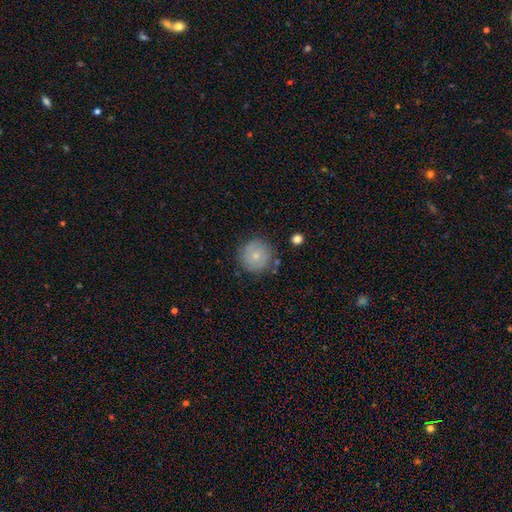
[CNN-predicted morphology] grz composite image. It shows a smooth galaxy with no disk features (72%) that is round (95%). Merging: none (81%).